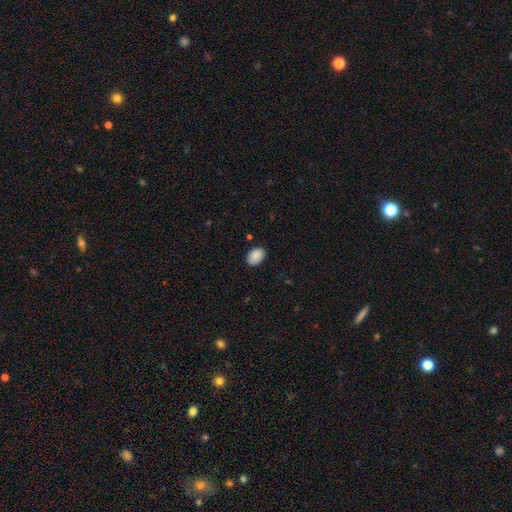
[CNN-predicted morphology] Q: Smooth or featured?
A: smooth (90%); runner-up: star or artifact (7%)
Q: How rounded?
A: in between (79%); runner-up: round (20%)
Q: Merging?
A: none (85%); runner-up: minor disturbance (11%)